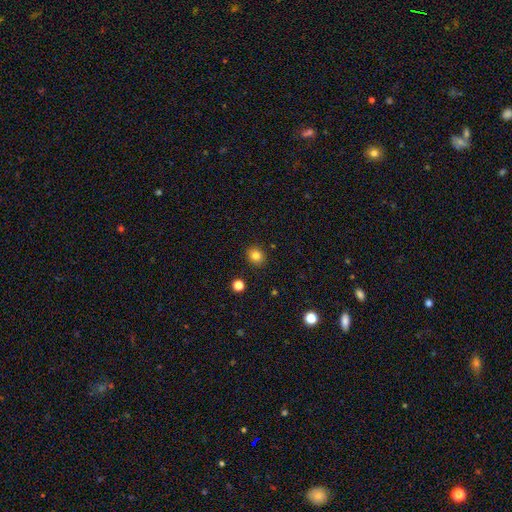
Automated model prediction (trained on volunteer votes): Smooth or featured? smooth (82%)
How rounded? round (77%)
Merging? none (90%)